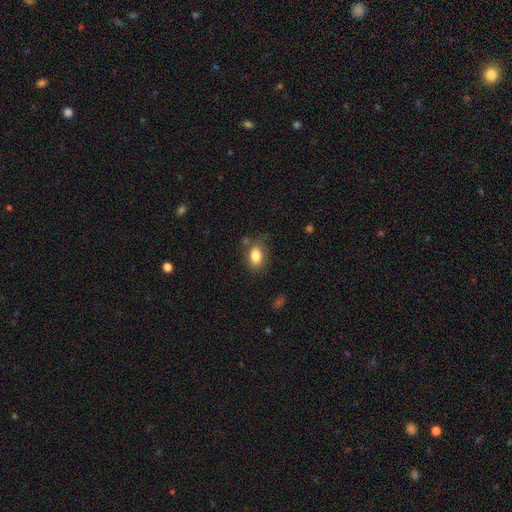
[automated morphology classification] Overall: smooth (84%). How rounded: in between (80%). Merging: none (75%).